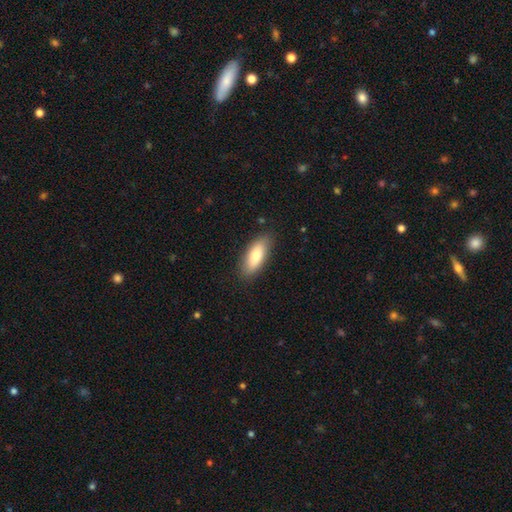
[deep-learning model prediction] Smooth or featured: smooth — 77% (featured or disk — 17%)
How rounded: in between — 78% (cigar-shaped — 20%)
Merging: none — 85% (minor disturbance — 12%)